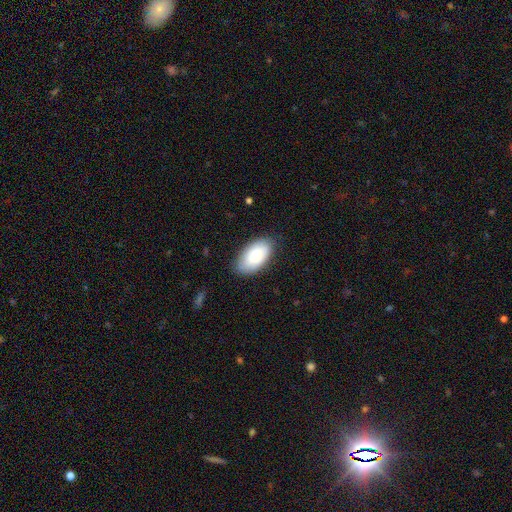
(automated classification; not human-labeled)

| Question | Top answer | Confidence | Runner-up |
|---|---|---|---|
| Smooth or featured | smooth | 76% | featured or disk (18%) |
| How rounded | in between | 95% | round (3%) |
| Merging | none | 84% | minor disturbance (13%) |